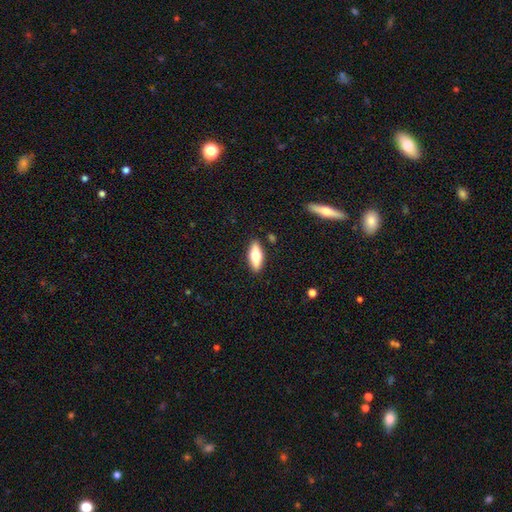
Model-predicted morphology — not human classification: Smooth or featured? smooth (63%)
How rounded? in between (69%)
Merging? none (88%)